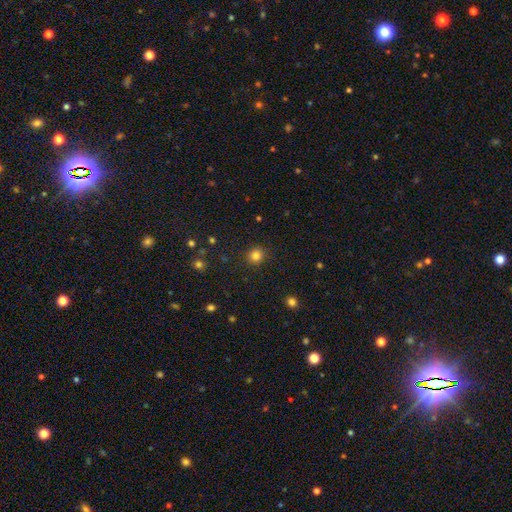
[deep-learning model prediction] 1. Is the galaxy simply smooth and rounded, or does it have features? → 82% smooth, 13% star or artifact, 5% featured or disk.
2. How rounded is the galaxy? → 87% round, 12% in between, 1% cigar-shaped.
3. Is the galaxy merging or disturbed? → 90% none, 7% minor disturbance, 2% major disturbance, 1% merger.